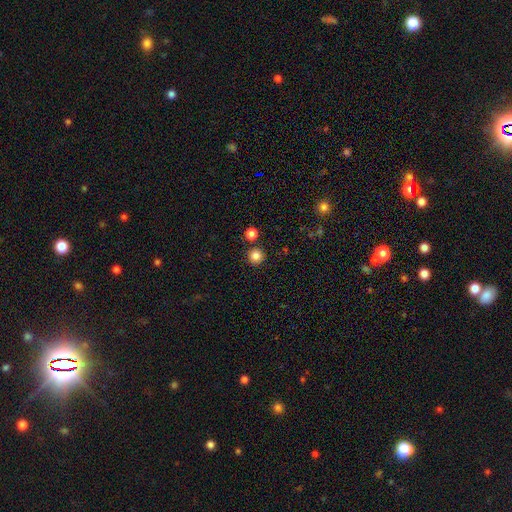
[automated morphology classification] smooth-or-featured: smooth: 83% | star or artifact: 12% | featured or disk: 5%
  how-rounded: round: 96% | in between: 3% | cigar-shaped: 1%
  merging: none: 88% | minor disturbance: 5% | merger: 5% | major disturbance: 2%